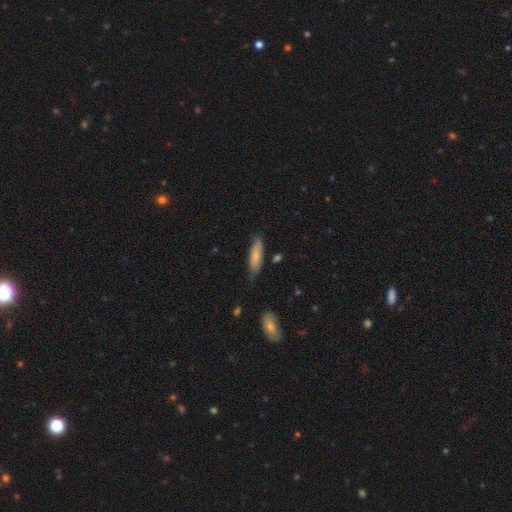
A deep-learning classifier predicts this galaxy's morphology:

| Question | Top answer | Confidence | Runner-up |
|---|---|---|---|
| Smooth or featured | smooth | 75% | featured or disk (19%) |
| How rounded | cigar-shaped | 49% | tied: in between (49%) |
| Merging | none | 68% | minor disturbance (25%) |